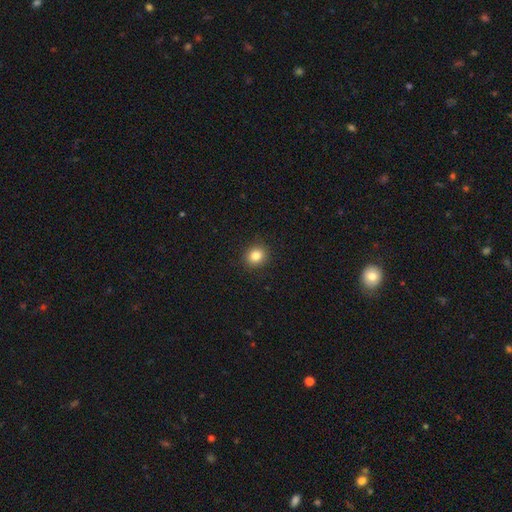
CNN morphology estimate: Smooth or featured? smooth (83%)
How rounded? round (78%)
Merging? none (91%)